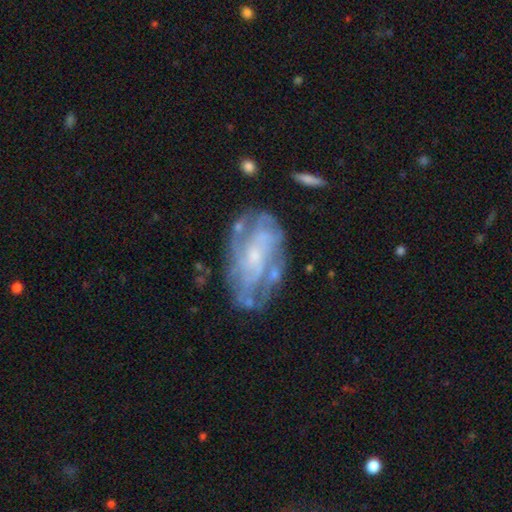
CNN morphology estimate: Q: Smooth or featured?
A: featured or disk (79%); runner-up: smooth (14%)
Q: Edge-on disk?
A: no (95%); runner-up: yes (5%)
Q: Bar?
A: no (64%); runner-up: weak (29%)
Q: Spiral arms?
A: yes (79%); runner-up: no (21%)
Q: Spiral winding?
A: tight (51%); runner-up: medium (35%)
Q: Spiral arm count?
A: can't tell (49%); runner-up: 2 (19%)
Q: Bulge size?
A: small (62%); runner-up: moderate (26%)
Q: Merging?
A: none (65%); runner-up: minor disturbance (20%)